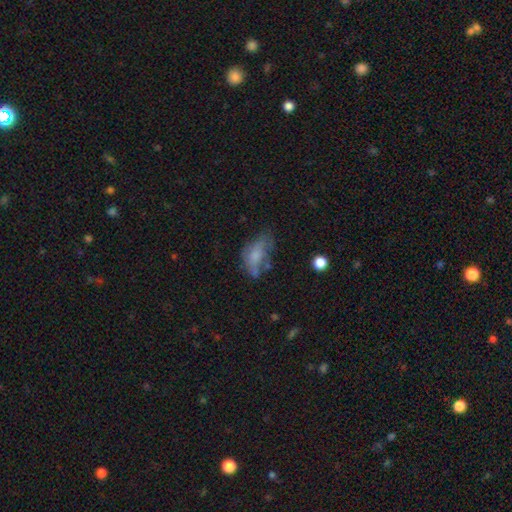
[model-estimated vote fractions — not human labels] Q: Smooth or featured?
A: smooth (58%); runner-up: featured or disk (31%)
Q: How rounded?
A: in between (86%); runner-up: cigar-shaped (7%)
Q: Merging?
A: none (37%); runner-up: minor disturbance (29%)